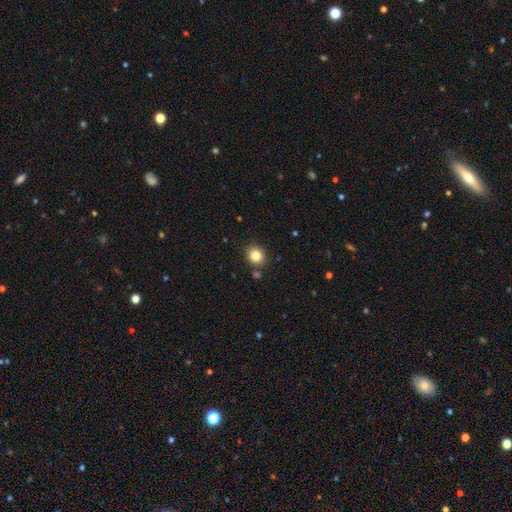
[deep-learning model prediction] The model was most divided on "how rounded": round: 80%, in between: 19%, cigar-shaped: 1%. More confident: merging — none (85%); smooth or featured — smooth (84%).